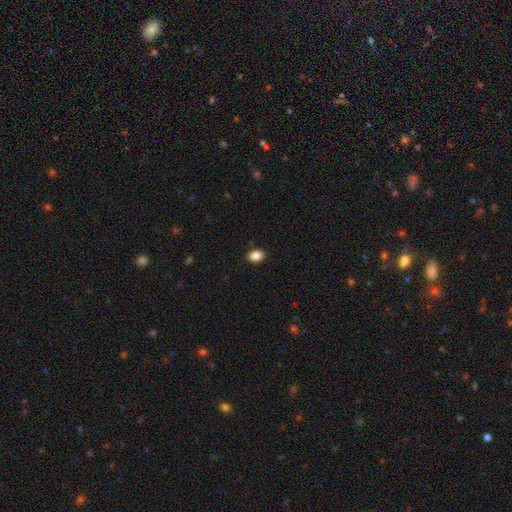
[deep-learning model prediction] smooth 87%, star or artifact 9%, featured or disk 4%. Down the decision tree: how rounded — in between (72%); merging — none (89%).